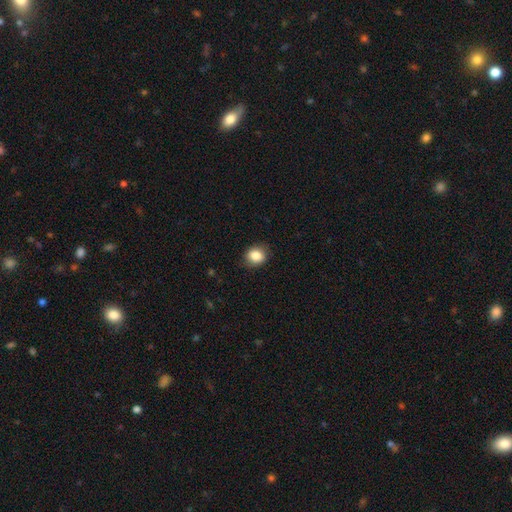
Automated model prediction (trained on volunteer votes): Smooth or featured?
  - smooth: 85% *
  - star or artifact: 9%
  - featured or disk: 6%
How rounded?
  - round: 61% *
  - in between: 38%
  - cigar-shaped: 1%
Merging?
  - none: 84% *
  - minor disturbance: 12%
  - major disturbance: 3%
  - merger: 1%